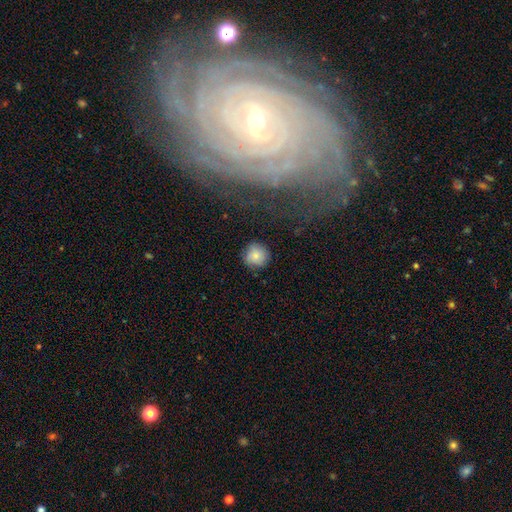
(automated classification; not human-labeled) smooth 81%, star or artifact 10%, featured or disk 9%. Down the decision tree: how rounded — round (93%); merging — none (84%).